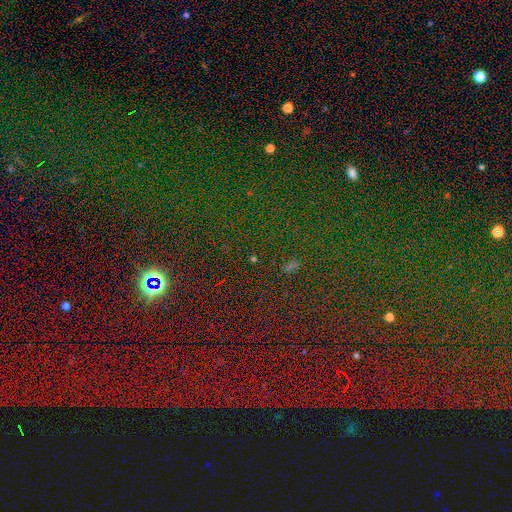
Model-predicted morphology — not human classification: This is clearly a star or artifact rather than a galaxy (82%).